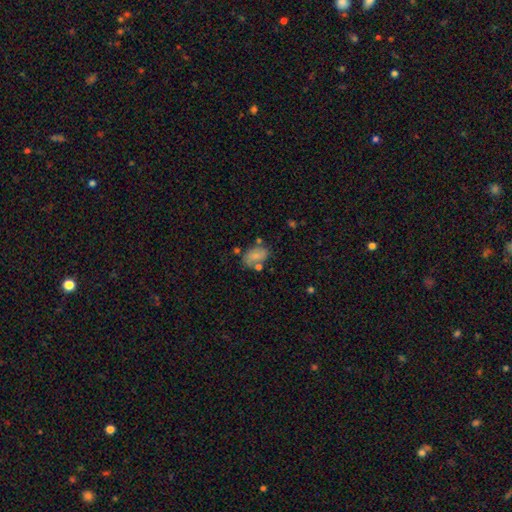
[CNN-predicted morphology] Smooth or featured: smooth — 68% (featured or disk — 23%)
How rounded: in between — 87% (round — 11%)
Merging: none — 57% (minor disturbance — 21%)